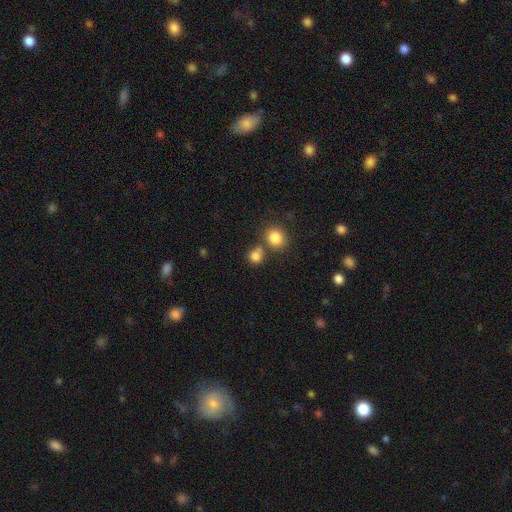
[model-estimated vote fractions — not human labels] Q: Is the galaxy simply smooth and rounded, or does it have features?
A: smooth — 82%.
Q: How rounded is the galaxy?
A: round — 82%.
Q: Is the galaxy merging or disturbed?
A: none — 58%.